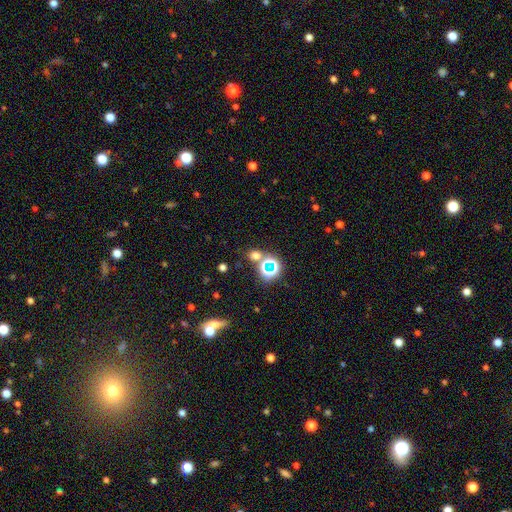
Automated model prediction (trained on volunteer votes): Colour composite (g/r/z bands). It shows a smooth galaxy with no disk features (54%) that is round (78%). Merging: none (72%).